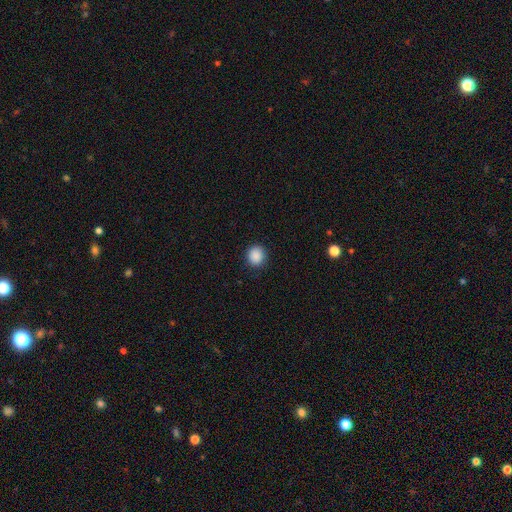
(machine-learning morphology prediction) smooth_or_featured: smooth (p=0.88) [alt: star or artifact p=0.09]
how_rounded: round (p=0.83) [alt: in between p=0.16]
merging: none (p=0.89) [alt: minor disturbance p=0.08]